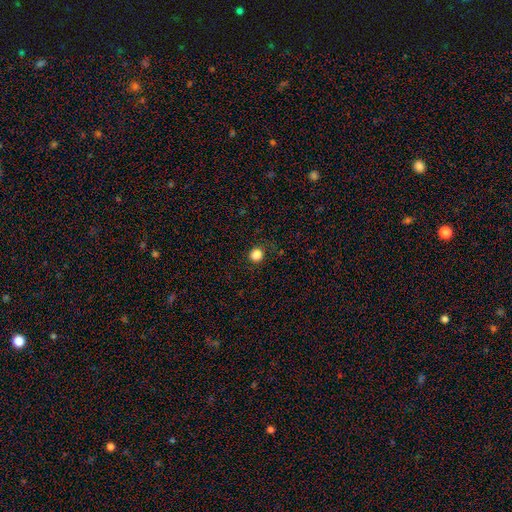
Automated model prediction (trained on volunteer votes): Smooth or featured? Predicted: smooth (p=0.85). How rounded? Predicted: round (p=0.87). Merging? Predicted: none (p=0.86).